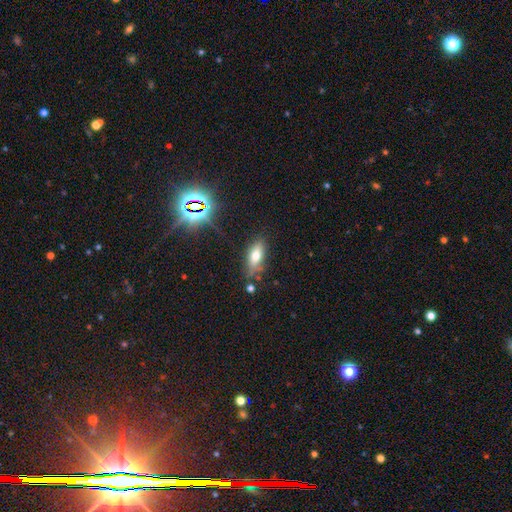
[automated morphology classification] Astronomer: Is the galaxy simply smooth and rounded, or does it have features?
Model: smooth — 63%.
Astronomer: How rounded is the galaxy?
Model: in between — 73%.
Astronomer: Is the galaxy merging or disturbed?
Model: none — 73%.